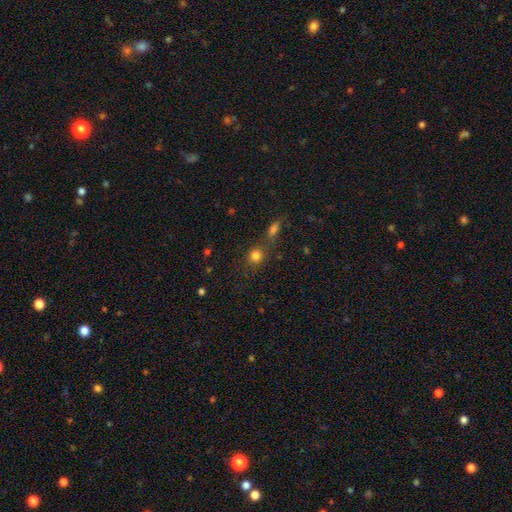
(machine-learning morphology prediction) A smooth galaxy with no disk features (80%) that is round (82%).

Vote fractions:
- Smooth or featured? smooth: 80% / star or artifact: 14% / featured or disk: 7%
- How rounded? round: 82% / in between: 16% / cigar-shaped: 1%
- Merging? none: 64% / merger: 20% / minor disturbance: 10% / major disturbance: 5%